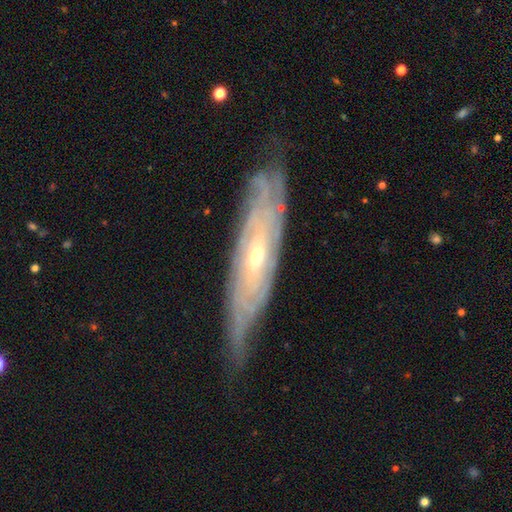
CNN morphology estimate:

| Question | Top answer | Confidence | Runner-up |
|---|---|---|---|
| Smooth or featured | featured or disk | 84% | smooth (10%) |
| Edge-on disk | no | 67% | yes (33%) |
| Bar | no | 61% | weak (28%) |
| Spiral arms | yes | 91% | no (9%) |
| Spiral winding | tight | 77% | medium (18%) |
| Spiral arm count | can't tell | 61% | 2 (12%) |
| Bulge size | small | 59% | moderate (37%) |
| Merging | none | 74% | minor disturbance (20%) |